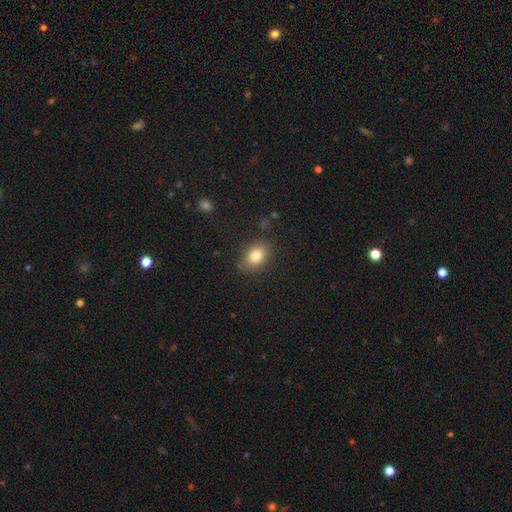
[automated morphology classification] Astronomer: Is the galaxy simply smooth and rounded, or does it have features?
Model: smooth — 81%.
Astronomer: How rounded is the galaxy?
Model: in between — 71%.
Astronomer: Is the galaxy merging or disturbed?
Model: none — 85%.